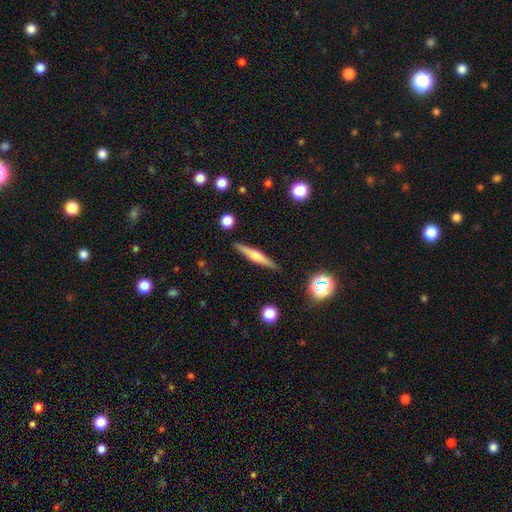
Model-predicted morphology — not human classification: smooth_or_featured: featured or disk (p=0.48) [alt: smooth p=0.45]
merging: none (p=0.89) [alt: minor disturbance p=0.08]